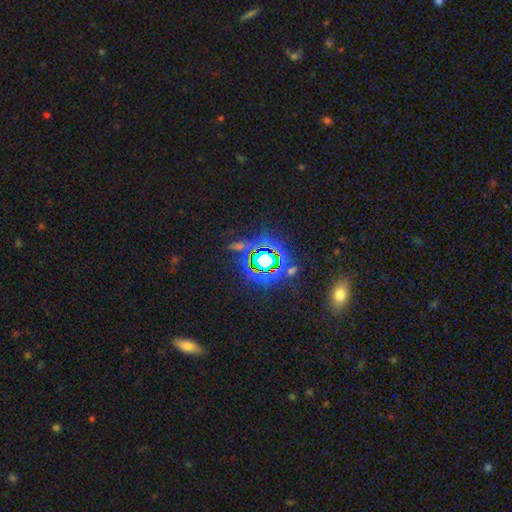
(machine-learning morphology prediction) smooth_or_featured: star or artifact (p=0.77) [alt: smooth p=0.14]